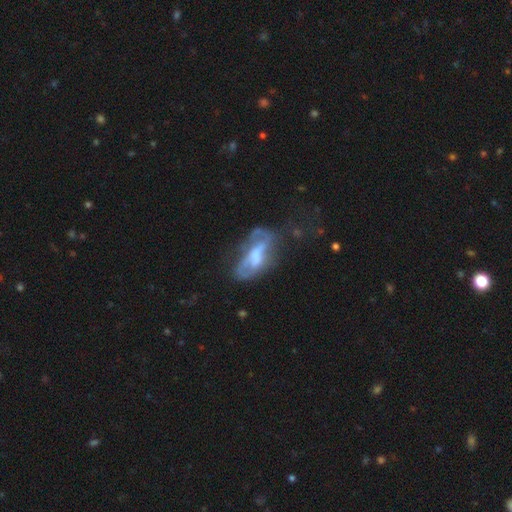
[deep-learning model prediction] Morphology: type=featured or disk (62%); edge-on=no (88%); bar=no (44%); spiral arms=yes (52%); bulge=moderate (35%); merging=none (38%).